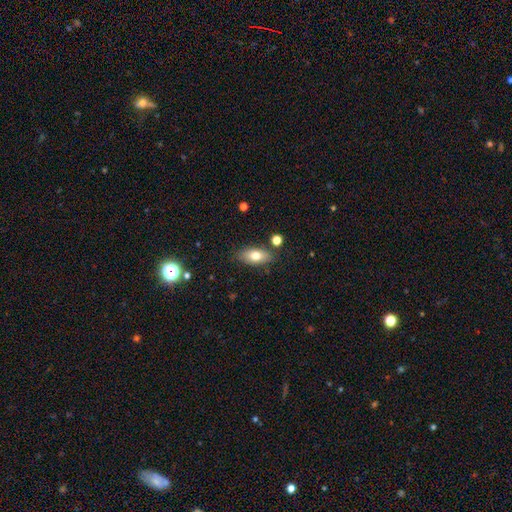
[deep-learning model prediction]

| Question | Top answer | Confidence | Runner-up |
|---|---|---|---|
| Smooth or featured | smooth | 75% | featured or disk (17%) |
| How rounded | in between | 86% | cigar-shaped (10%) |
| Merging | none | 81% | minor disturbance (12%) |